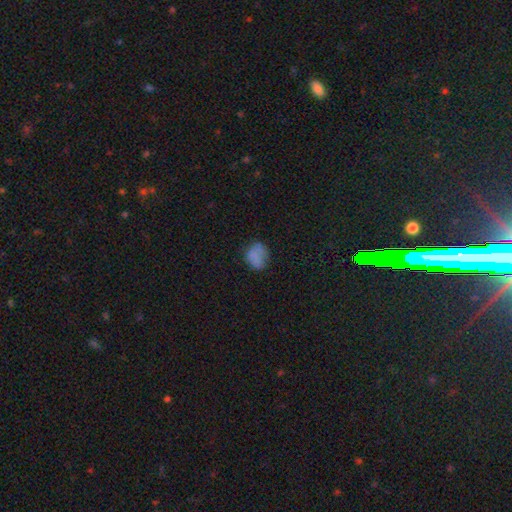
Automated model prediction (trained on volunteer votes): smooth_or_featured: smooth (p=0.75) [alt: star or artifact p=0.14]
how_rounded: round (p=0.53) [alt: in between p=0.46]
merging: none (p=0.60) [alt: minor disturbance p=0.26]